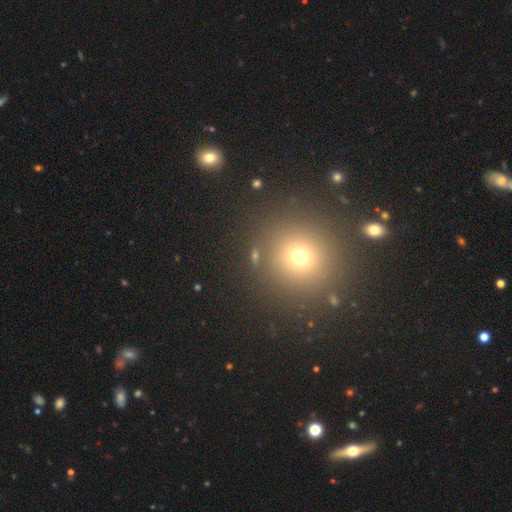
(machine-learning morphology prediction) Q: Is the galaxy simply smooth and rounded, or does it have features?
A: smooth — 60%.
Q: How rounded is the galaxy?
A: round — 91%.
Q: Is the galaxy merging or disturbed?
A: none — 86%.